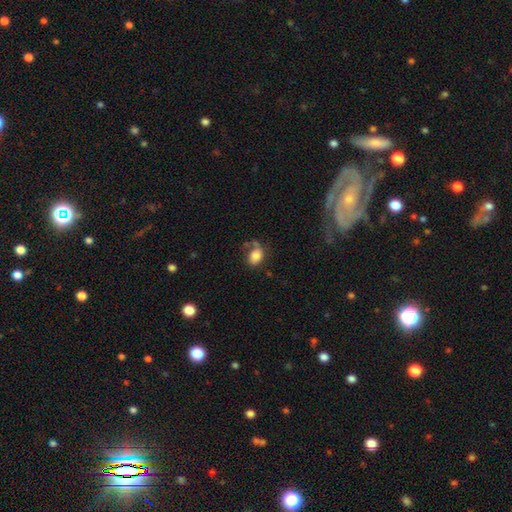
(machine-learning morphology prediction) Smooth or featured? Predicted: smooth (p=0.80). How rounded? Predicted: in between (p=0.71). Merging? Predicted: none (p=0.53).